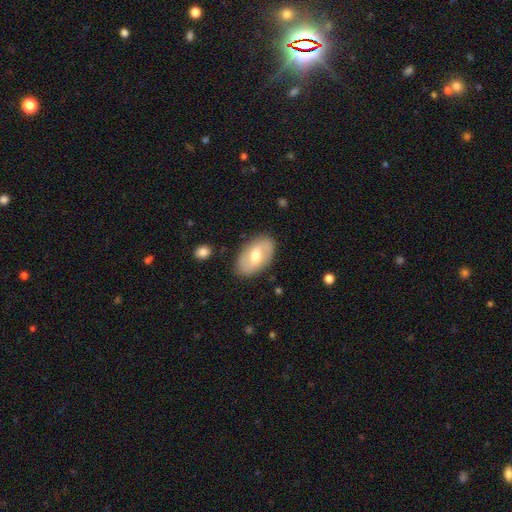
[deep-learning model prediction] Smooth or featured? Predicted: featured or disk (p=0.52). Edge-on disk? Predicted: no (p=0.93). Merging? Predicted: none (p=0.85).